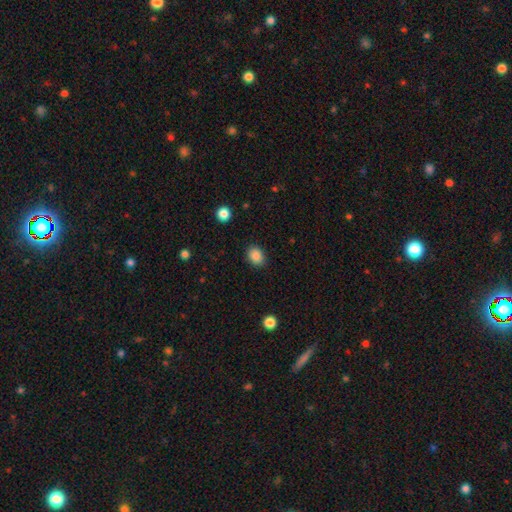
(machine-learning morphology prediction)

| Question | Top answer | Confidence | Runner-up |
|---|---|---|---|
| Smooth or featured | smooth | 87% | star or artifact (9%) |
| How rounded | in between | 57% | round (42%) |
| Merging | none | 88% | minor disturbance (9%) |